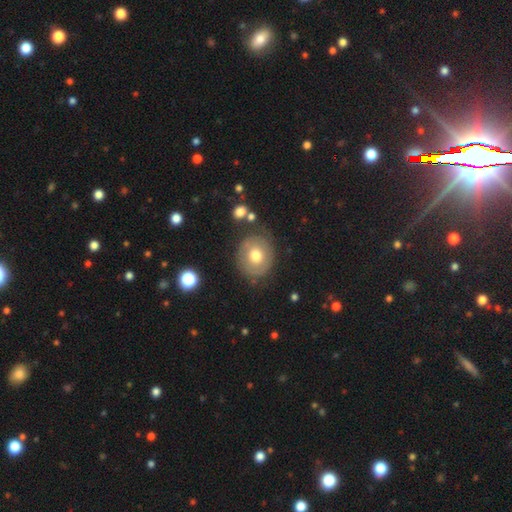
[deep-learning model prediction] smooth-or-featured: smooth: 60% | featured or disk: 32% | star or artifact: 8%
  how-rounded: round: 76% | in between: 23% | cigar-shaped: 1%
  merging: none: 76% | minor disturbance: 14% | major disturbance: 6% | merger: 4%